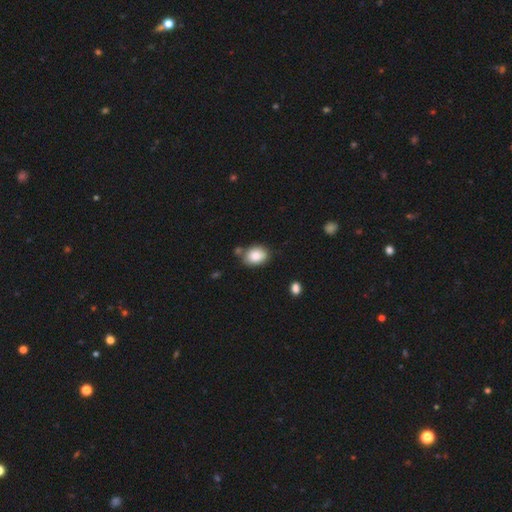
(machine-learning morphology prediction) A smooth galaxy with no disk features (87%) that is in between round and cigar-shaped (69%).

Vote fractions:
- Smooth or featured? smooth: 87% / star or artifact: 8% / featured or disk: 5%
- How rounded? in between: 69% / round: 30% / cigar-shaped: 1%
- Merging? none: 70% / minor disturbance: 16% / merger: 10% / major disturbance: 4%